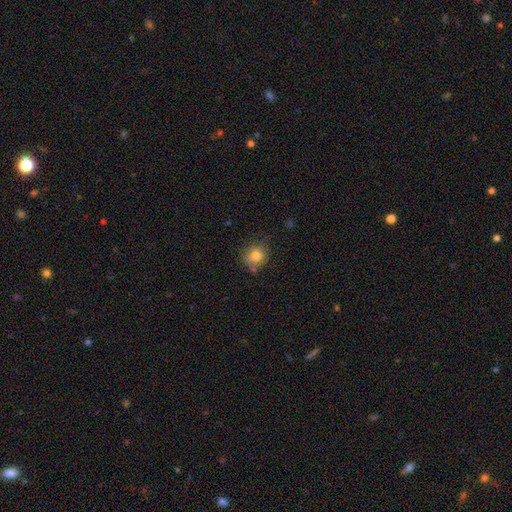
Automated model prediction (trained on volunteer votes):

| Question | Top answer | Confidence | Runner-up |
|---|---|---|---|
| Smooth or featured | smooth | 82% | star or artifact (10%) |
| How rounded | round | 80% | in between (19%) |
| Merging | none | 66% | minor disturbance (22%) |